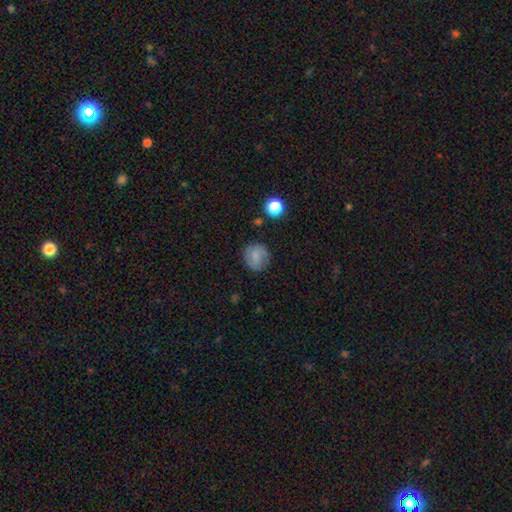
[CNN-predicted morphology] A smooth galaxy with no disk features (78%) that is round (84%).

Vote fractions:
- Smooth or featured? smooth: 78% / featured or disk: 11% / star or artifact: 10%
- How rounded? round: 84% / in between: 15% / cigar-shaped: 1%
- Merging? none: 77% / minor disturbance: 16% / major disturbance: 5% / merger: 2%